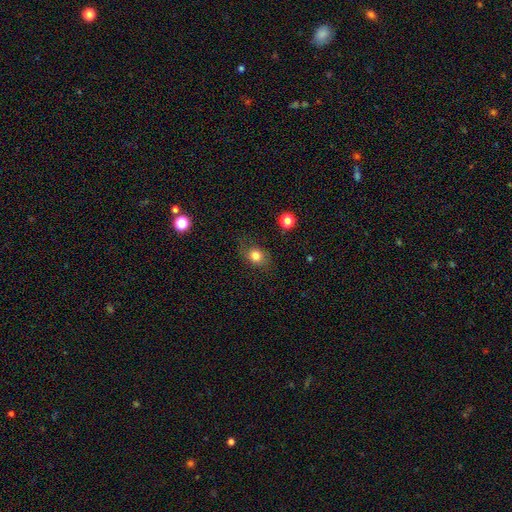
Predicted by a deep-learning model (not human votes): A smooth galaxy with no disk features (78%) that is in between round and cigar-shaped (49%, tied with round). Merging: none (69%).